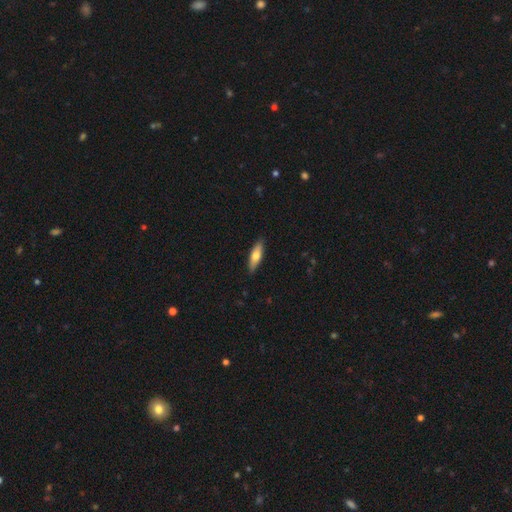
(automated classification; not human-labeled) The model was most divided on "how rounded": cigar-shaped: 52%, in between: 45%, round: 2%. More confident: merging — none (89%); smooth or featured — smooth (66%).